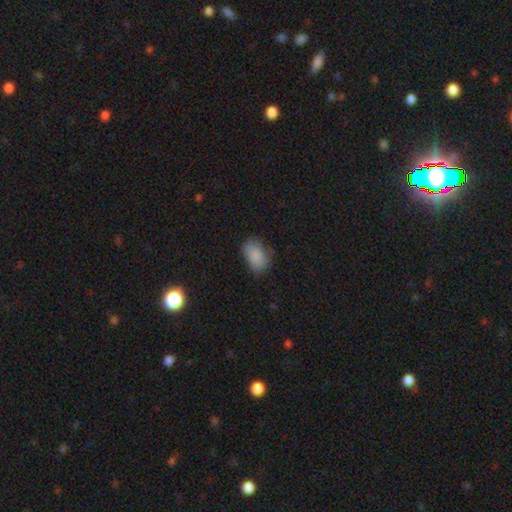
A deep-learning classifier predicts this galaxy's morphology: Smooth or featured? Predicted: smooth (p=0.84). How rounded? Predicted: in between (p=0.89). Merging? Predicted: none (p=0.64).